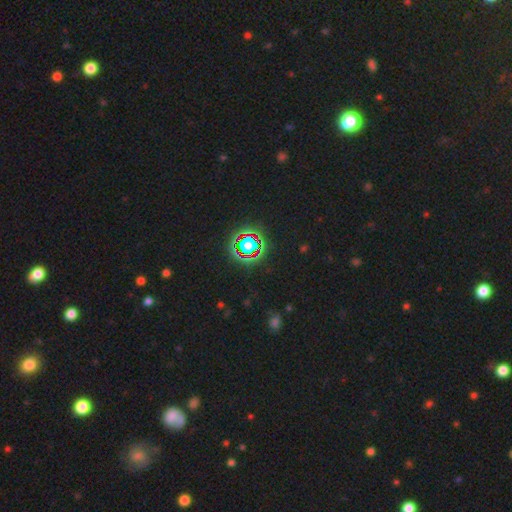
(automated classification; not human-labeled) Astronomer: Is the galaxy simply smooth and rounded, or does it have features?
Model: star or artifact — 80%.